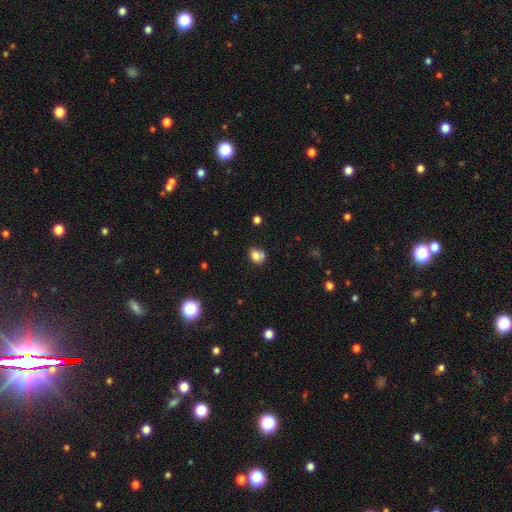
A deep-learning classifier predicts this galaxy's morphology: Smooth or featured?
  - smooth: 75% *
  - featured or disk: 13%
  - star or artifact: 12%
How rounded?
  - round: 55% *
  - in between: 44%
  - cigar-shaped: 1%
Merging?
  - none: 43% *
  - merger: 32%
  - minor disturbance: 19%
  - major disturbance: 7%